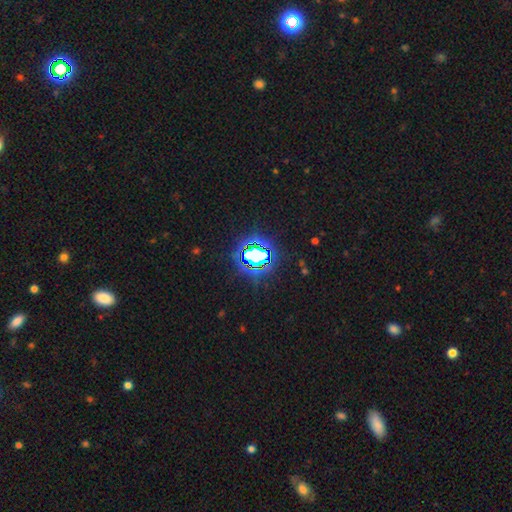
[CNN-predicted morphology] This is likely a star or artifact rather than a galaxy (73%).